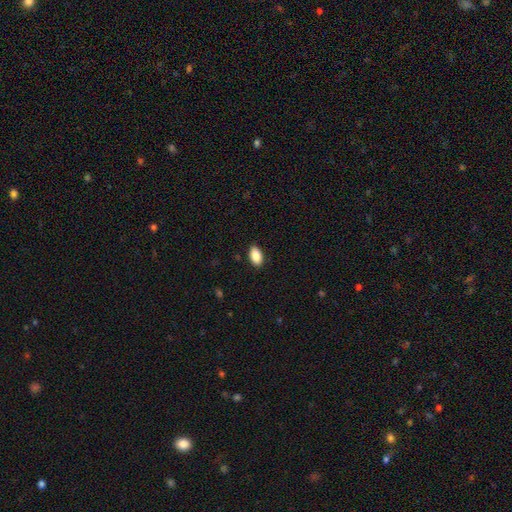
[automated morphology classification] This appears to be a smooth galaxy with no disk features (89%) that is in between round and cigar-shaped (93%). Merging: none (89%).